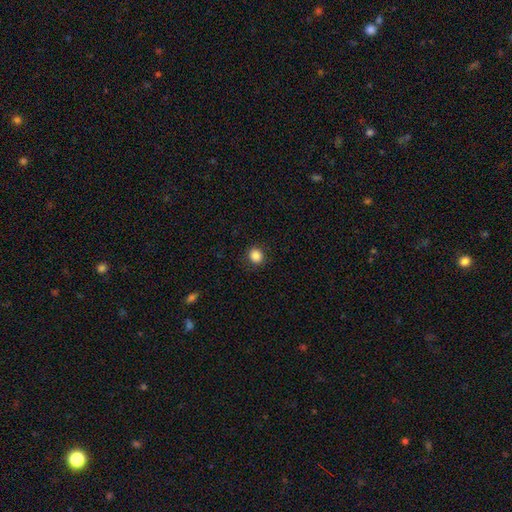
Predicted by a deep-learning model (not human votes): smooth-or-featured: smooth: 87% | star or artifact: 10% | featured or disk: 3%
  how-rounded: round: 84% | in between: 15% | cigar-shaped: 1%
  merging: none: 89% | minor disturbance: 8% | major disturbance: 3% | merger: 1%